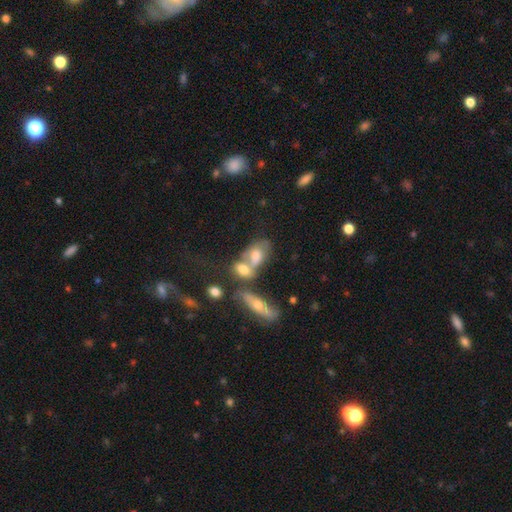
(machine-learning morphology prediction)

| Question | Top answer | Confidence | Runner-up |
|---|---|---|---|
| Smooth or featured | smooth | 60% | featured or disk (30%) |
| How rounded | in between | 81% | round (13%) |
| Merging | merger | 57% | none (24%) |